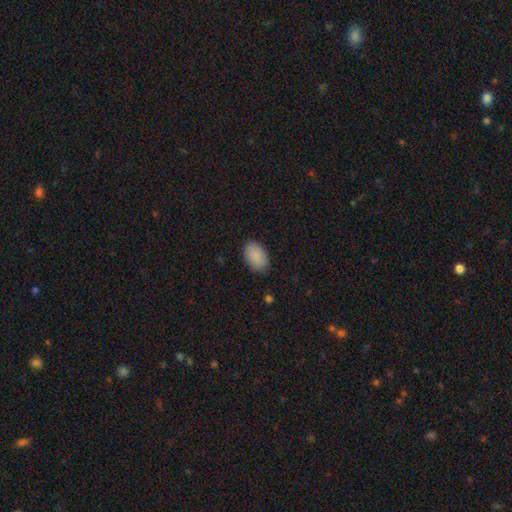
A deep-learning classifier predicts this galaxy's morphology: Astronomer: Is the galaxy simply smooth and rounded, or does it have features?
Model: smooth — 90%.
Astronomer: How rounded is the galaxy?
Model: in between — 91%.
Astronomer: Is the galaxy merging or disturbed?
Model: none — 86%.